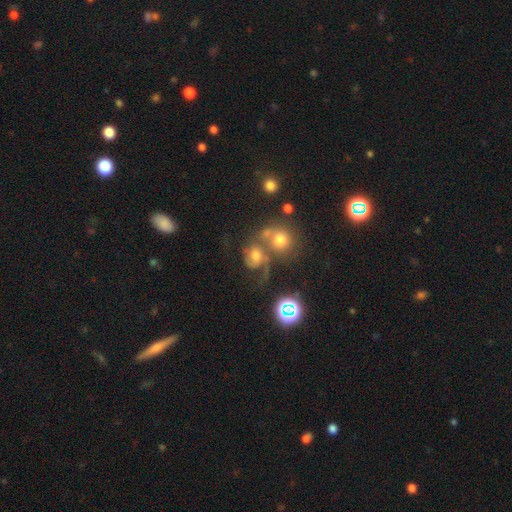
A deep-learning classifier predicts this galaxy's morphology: A featured or disk galaxy (50%). Merging: merger (44%).